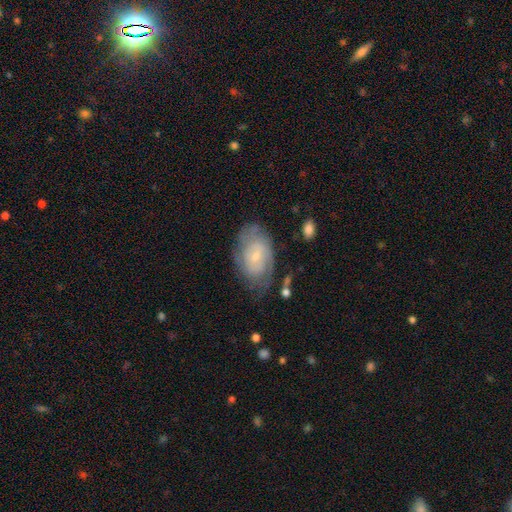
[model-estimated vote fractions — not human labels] Smooth or featured: featured or disk — 65% (smooth — 28%)
Edge-on disk: no — 96% (yes — 4%)
Bar: no — 61% (weak — 34%)
Spiral arms: yes — 82% (no — 18%)
Spiral winding: tight — 57% (medium — 32%)
Spiral arm count: can't tell — 47% (2 — 34%)
Bulge size: small — 70% (moderate — 24%)
Merging: none — 63% (minor disturbance — 24%)